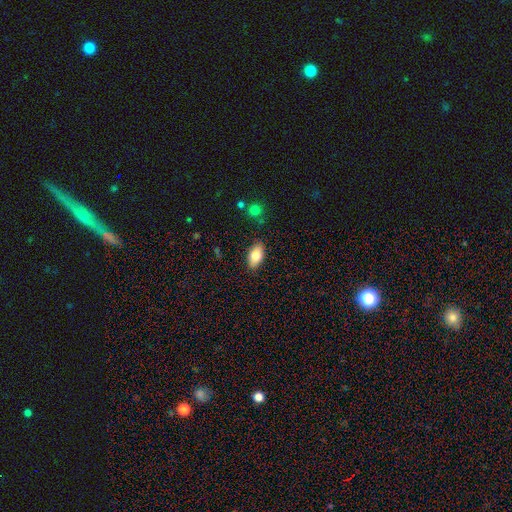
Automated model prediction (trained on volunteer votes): Smooth or featured? smooth (80%)
How rounded? in between (92%)
Merging? none (85%)